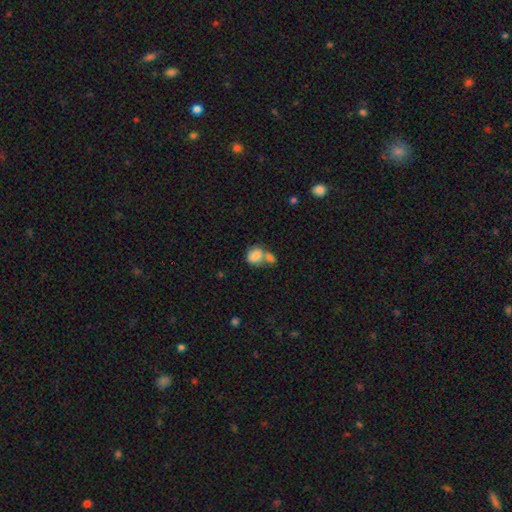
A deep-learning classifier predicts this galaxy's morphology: A smooth galaxy with no disk features (75%) that is in between round and cigar-shaped (61%). Merging: merger (61%).